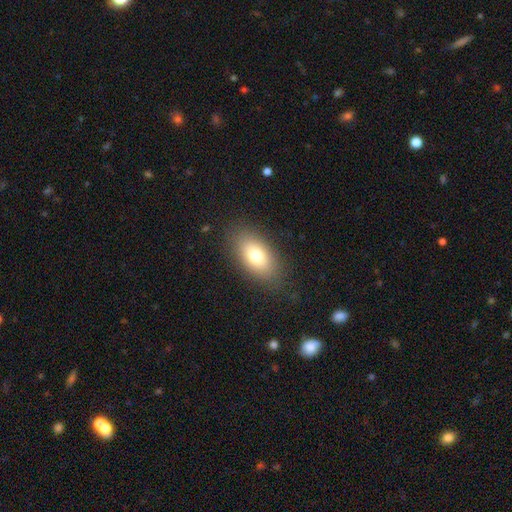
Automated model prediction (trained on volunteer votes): smooth-or-featured: smooth: 77% | featured or disk: 14% | star or artifact: 9%
  how-rounded: in between: 90% | round: 6% | cigar-shaped: 3%
  merging: none: 84% | minor disturbance: 11% | major disturbance: 4% | merger: 1%